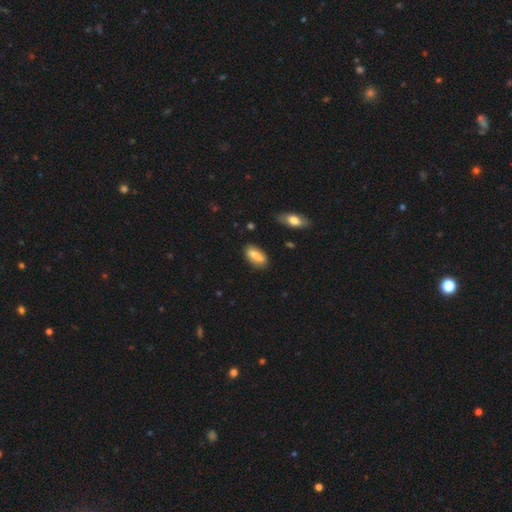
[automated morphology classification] A smooth galaxy with no disk features (79%) that is in between round and cigar-shaped (78%). Merging: none (83%).